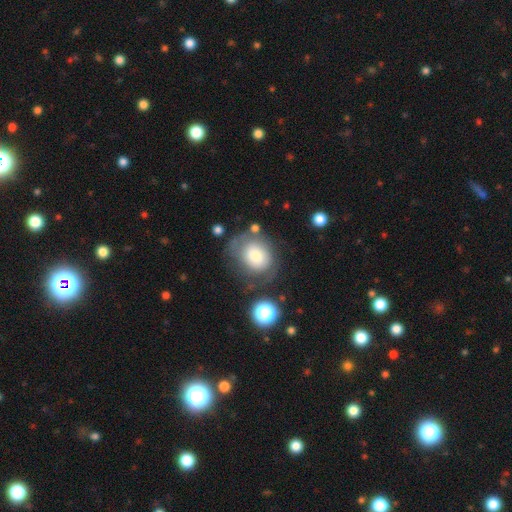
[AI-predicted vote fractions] Smooth or featured? smooth (65%)
How rounded? round (61%)
Merging? none (55%)